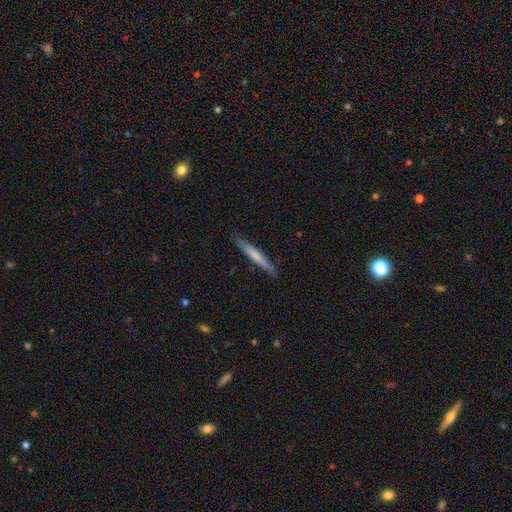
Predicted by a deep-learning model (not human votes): Overall: smooth (62%; featured or disk 33%). How rounded: cigar-shaped (96%). Merging: none (88%).